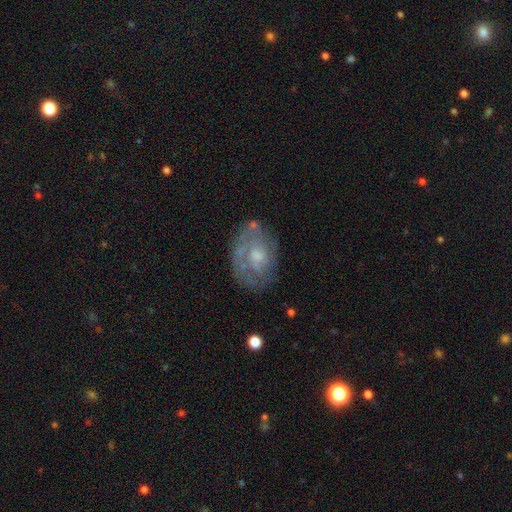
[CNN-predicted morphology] This appears to be a featured or disk galaxy (63%) with no bar (80%), spiral arms (52%) and a moderate central bulge (49%). Merging: none (64%).